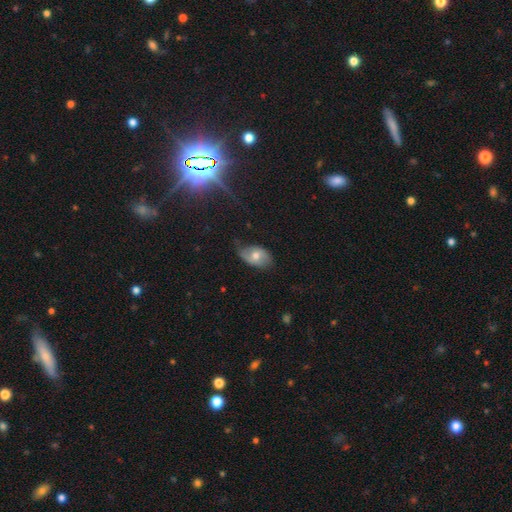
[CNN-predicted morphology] type=smooth (54%); roundness=in between (87%); merging=none (55%).